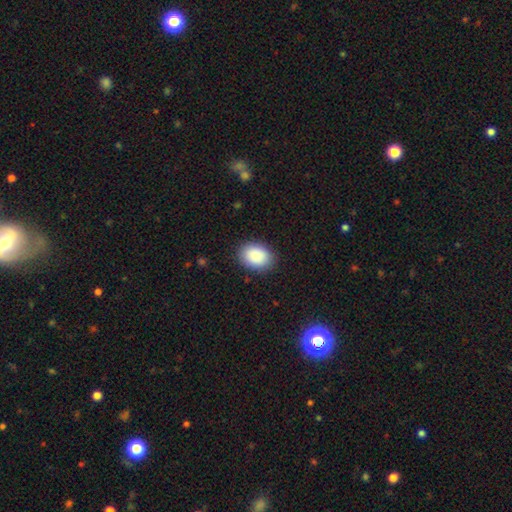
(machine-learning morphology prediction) Smooth or featured? smooth (89%)
How rounded? in between (70%)
Merging? none (88%)